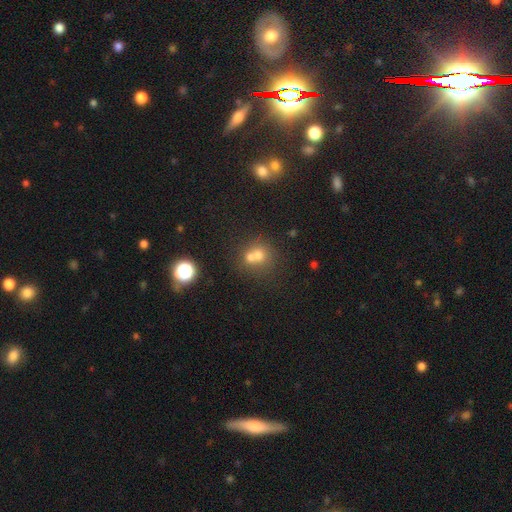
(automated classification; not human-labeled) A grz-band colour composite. It shows a smooth galaxy with no disk features (64%) that is round (78%). Merging: merger (54%).